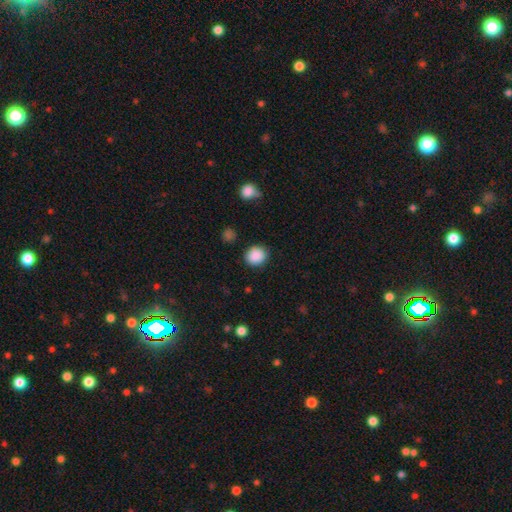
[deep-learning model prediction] A smooth galaxy with no disk features (89%) that is round (83%).

Vote fractions:
- Smooth or featured? smooth: 89% / star or artifact: 8% / featured or disk: 3%
- How rounded? round: 83% / in between: 17% / cigar-shaped: 1%
- Merging? none: 87% / minor disturbance: 9% / major disturbance: 3% / merger: 2%